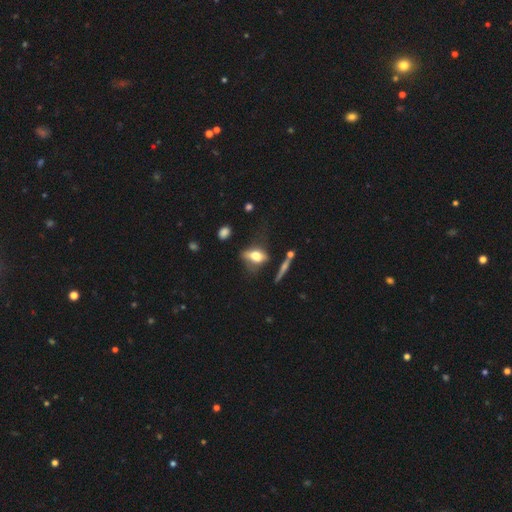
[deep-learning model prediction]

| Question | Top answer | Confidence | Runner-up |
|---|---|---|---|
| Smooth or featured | smooth | 53% | featured or disk (37%) |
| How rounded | in between | 71% | round (15%) |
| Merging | none | 53% | minor disturbance (24%) |